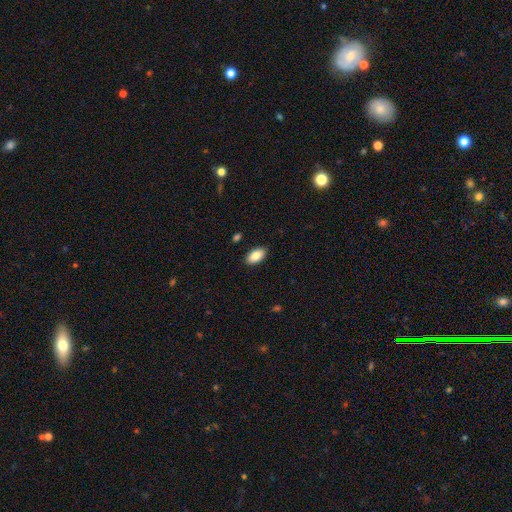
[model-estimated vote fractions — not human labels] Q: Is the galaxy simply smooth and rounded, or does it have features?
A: smooth — 85%.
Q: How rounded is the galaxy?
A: in between — 94%.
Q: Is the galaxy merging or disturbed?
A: none — 88%.